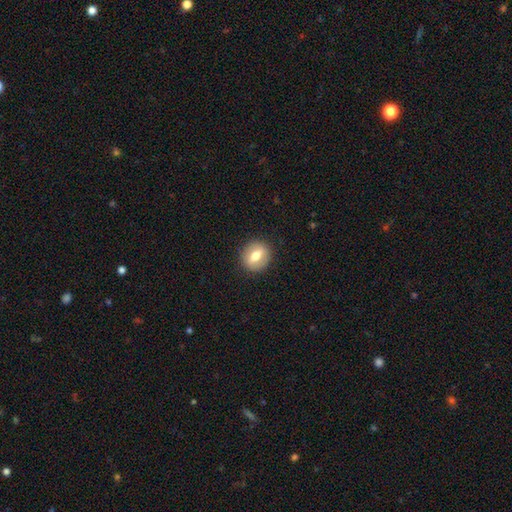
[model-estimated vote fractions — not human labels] The model was most divided on "smooth or featured": smooth: 58%, featured or disk: 35%, star or artifact: 8%. More confident: merging — none (89%); how rounded — round (75%).